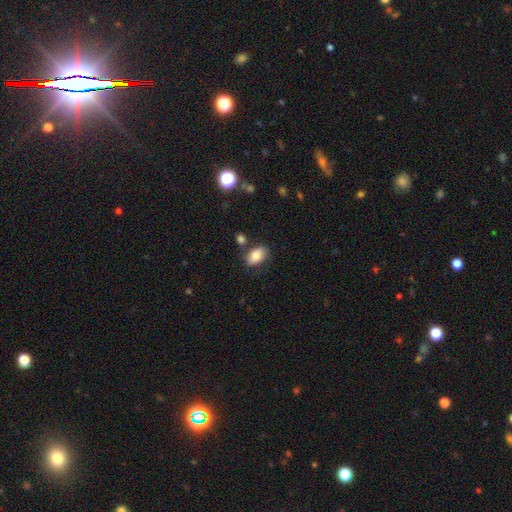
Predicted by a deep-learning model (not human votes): A smooth galaxy with no disk features (78%) that is in between round and cigar-shaped (90%). Merging: none (70%).